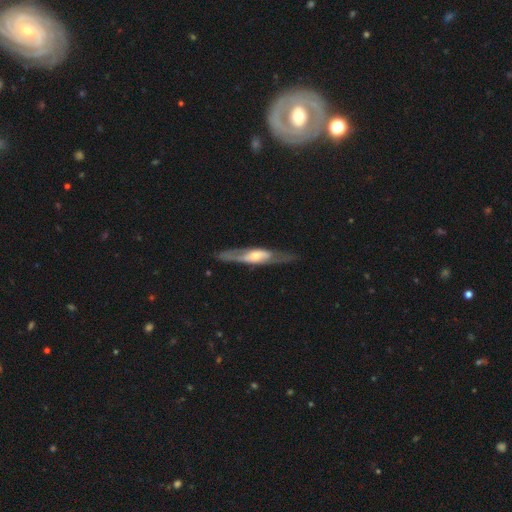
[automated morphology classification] featured or disk 73%, smooth 23%, star or artifact 5%. Down the decision tree: edge-on disk — yes (59%); merging — none (80%).